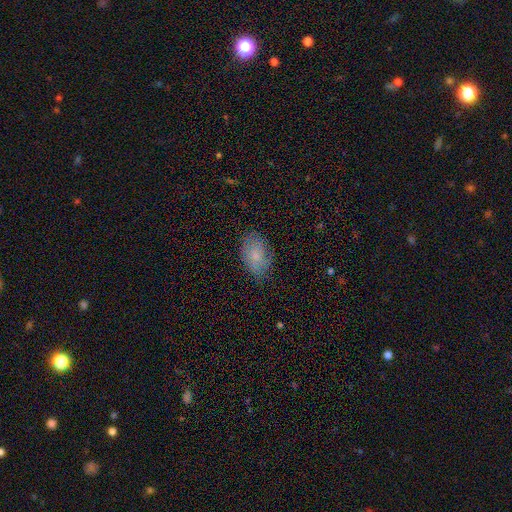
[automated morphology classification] smooth-or-featured: smooth: 71% | featured or disk: 22% | star or artifact: 8%
  how-rounded: in between: 89% | round: 9% | cigar-shaped: 2%
  merging: none: 74% | minor disturbance: 20% | major disturbance: 5% | merger: 1%